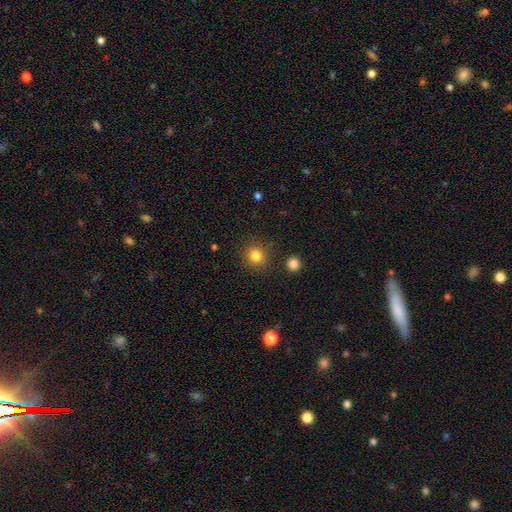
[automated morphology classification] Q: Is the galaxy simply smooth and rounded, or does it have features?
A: smooth — 83%.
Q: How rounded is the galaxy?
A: round — 89%.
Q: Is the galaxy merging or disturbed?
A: none — 88%.